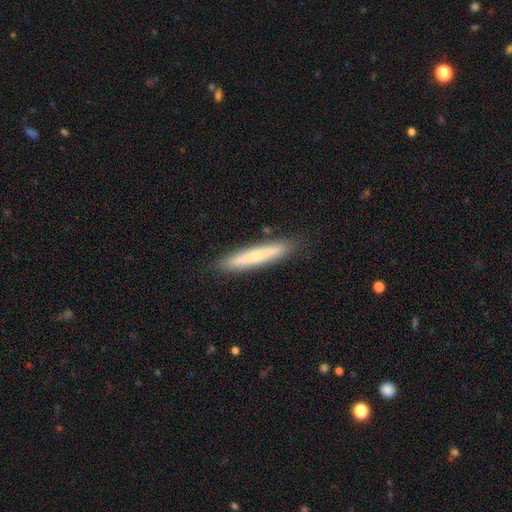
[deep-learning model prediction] A smooth galaxy with no disk features (60%) that is cigar-shaped (95%).

Vote fractions:
- Smooth or featured? smooth: 60% / featured or disk: 32% / star or artifact: 8%
- How rounded? cigar-shaped: 95% / in between: 4% / round: 1%
- Merging? none: 88% / minor disturbance: 9% / major disturbance: 2% / merger: 1%